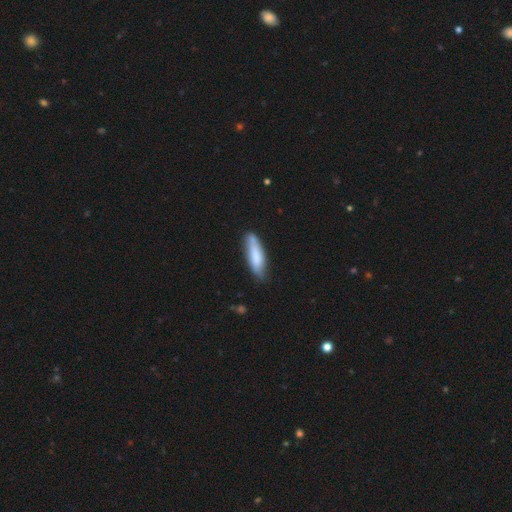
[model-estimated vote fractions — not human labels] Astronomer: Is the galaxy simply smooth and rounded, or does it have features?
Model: smooth — 76%.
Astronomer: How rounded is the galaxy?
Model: cigar-shaped — 65%.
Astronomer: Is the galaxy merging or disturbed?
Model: none — 71%.